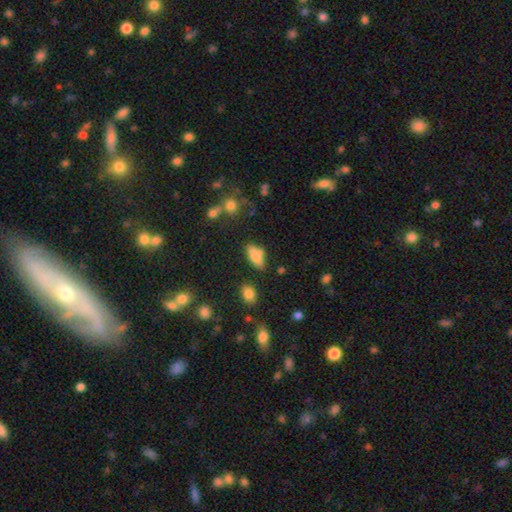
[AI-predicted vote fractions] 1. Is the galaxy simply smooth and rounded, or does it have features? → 73% smooth, 17% featured or disk, 11% star or artifact.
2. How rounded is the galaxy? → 79% in between, 17% cigar-shaped, 5% round.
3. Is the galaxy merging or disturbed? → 59% none, 23% minor disturbance, 9% merger, 9% major disturbance.